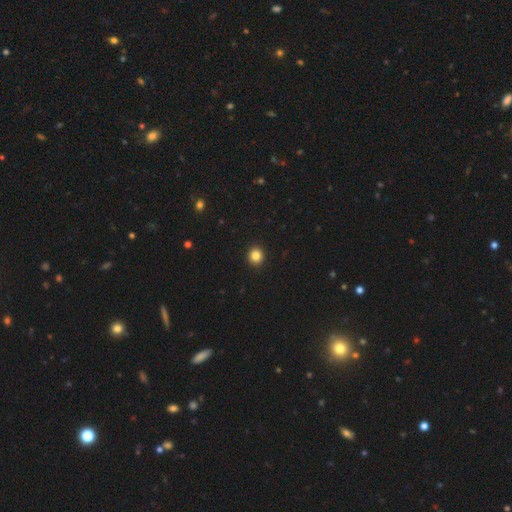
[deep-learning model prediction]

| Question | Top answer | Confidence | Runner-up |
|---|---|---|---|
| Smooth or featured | smooth | 84% | star or artifact (11%) |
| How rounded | round | 92% | in between (7%) |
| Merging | none | 94% | minor disturbance (4%) |